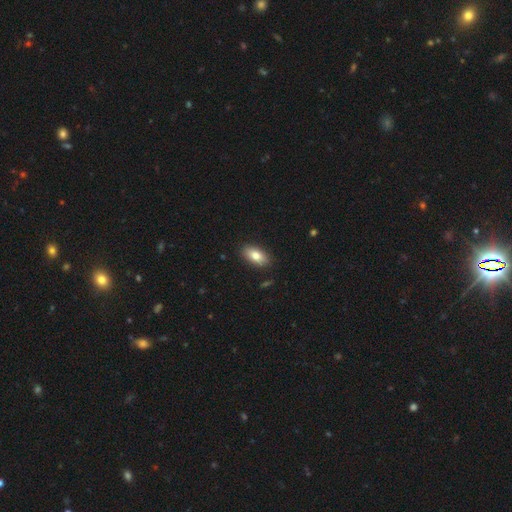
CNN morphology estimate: This is clearly a smooth galaxy (80%). How rounded: clearly in between (91%). Merging: clearly none (88%).